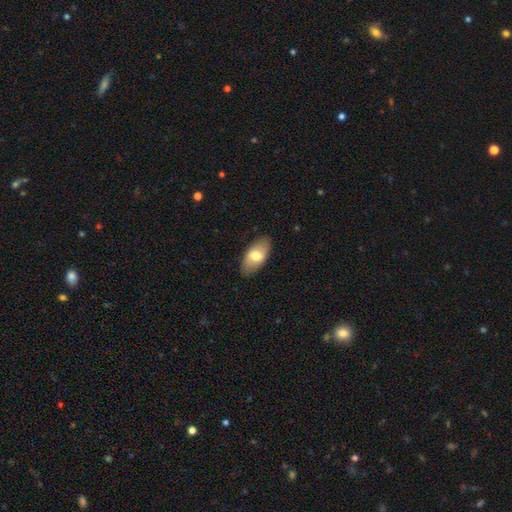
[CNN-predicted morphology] The model was most divided on "smooth or featured": smooth: 67%, featured or disk: 27%, star or artifact: 6%. More confident: how rounded — in between (93%); merging — none (86%).